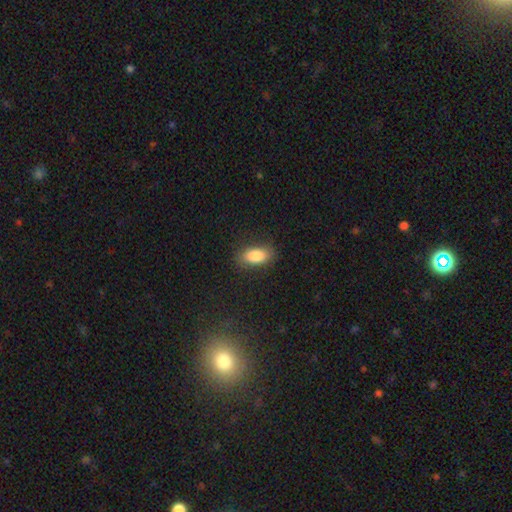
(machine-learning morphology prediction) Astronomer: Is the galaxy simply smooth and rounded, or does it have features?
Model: smooth — 86%.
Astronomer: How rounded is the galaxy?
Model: in between — 89%.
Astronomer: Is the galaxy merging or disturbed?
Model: none — 84%.